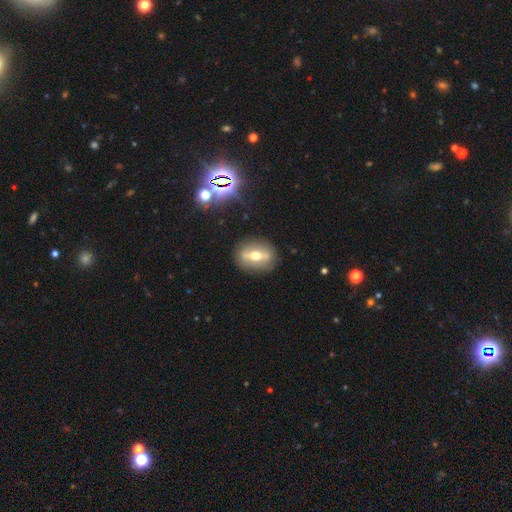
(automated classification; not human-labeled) featured or disk 61%, smooth 30%, star or artifact 10%. Down the decision tree: edge-on disk — no (67%); merging — none (85%).